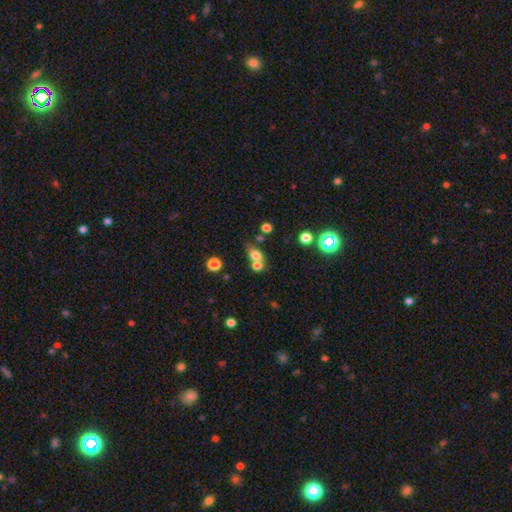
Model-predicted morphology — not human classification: This is likely a smooth galaxy (71%). How rounded: possibly in between (50%). Merging: possibly merger (47%).